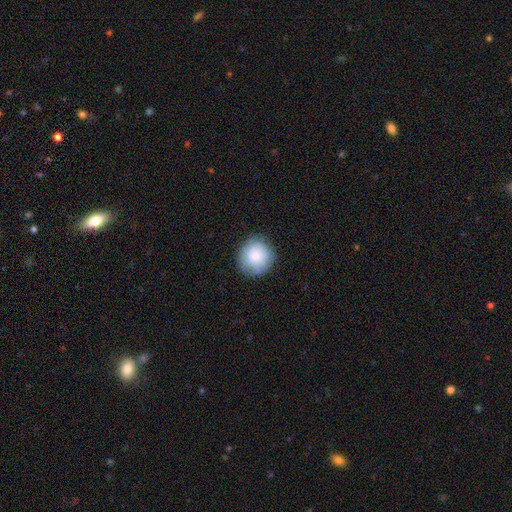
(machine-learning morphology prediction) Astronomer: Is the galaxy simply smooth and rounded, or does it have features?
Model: smooth — 75%.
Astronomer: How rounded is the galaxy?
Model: round — 91%.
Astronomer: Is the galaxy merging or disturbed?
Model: none — 81%.